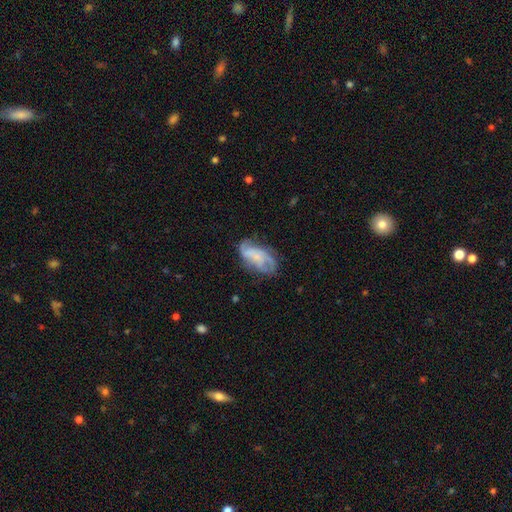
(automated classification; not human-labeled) The model was most divided on "bulge size": small: 50%, none: 30%, moderate: 15%, large: 3%, dominant: 1%. More confident: edge-on disk — no (96%); spiral arms — yes (79%); bar — no (68%); smooth or featured — featured or disk (63%); merging — none (51%).